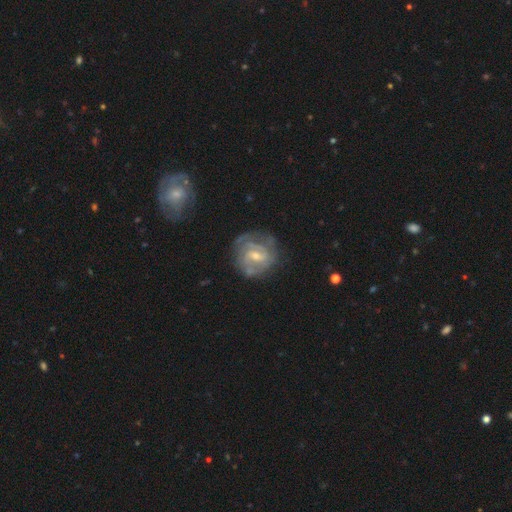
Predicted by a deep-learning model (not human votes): A featured or disk galaxy (77%) with a weak bar (56%), tight (57%) spiral arms (87%) and a small central bulge (49%). Merging: none (69%).